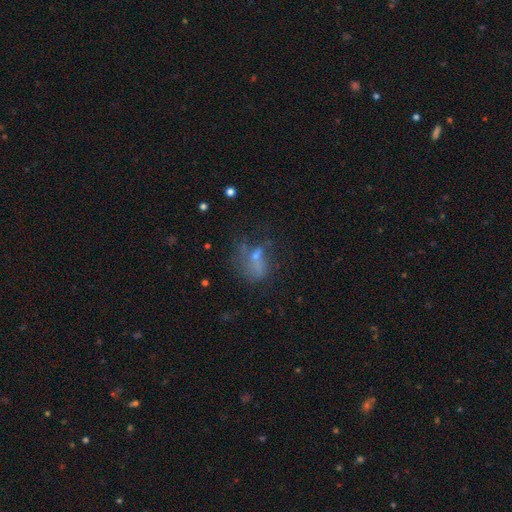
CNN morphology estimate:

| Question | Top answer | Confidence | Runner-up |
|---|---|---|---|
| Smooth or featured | featured or disk | 40% | smooth (37%) |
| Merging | none | 36% | major disturbance (35%) |